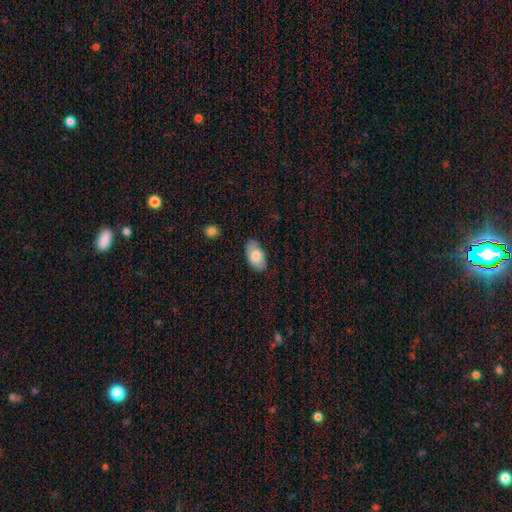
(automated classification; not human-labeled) A smooth galaxy with no disk features (76%) that is in between round and cigar-shaped (95%).

Vote fractions:
- Smooth or featured? smooth: 76% / featured or disk: 18% / star or artifact: 6%
- How rounded? in between: 95% / round: 4% / cigar-shaped: 2%
- Merging? none: 81% / minor disturbance: 15% / major disturbance: 3% / merger: 1%